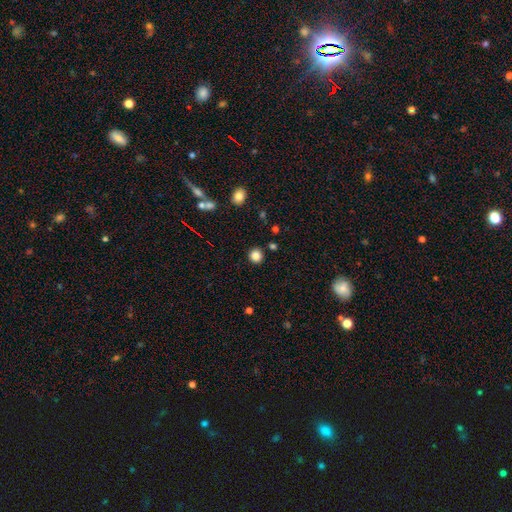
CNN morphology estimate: The model was most divided on "smooth or featured": smooth: 85%, star or artifact: 12%, featured or disk: 4%. More confident: how rounded — round (92%); merging — none (90%).